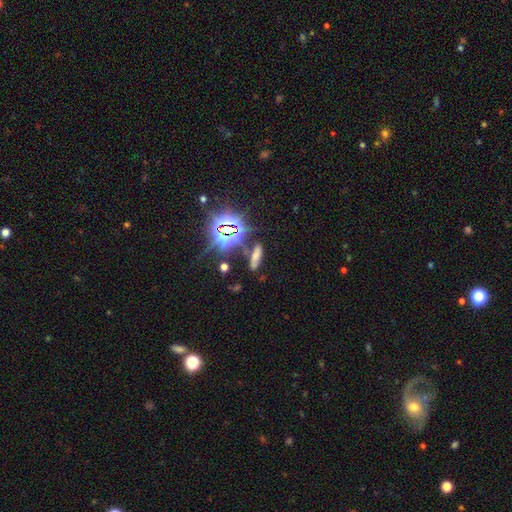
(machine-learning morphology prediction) Smooth or featured?
  - smooth: 49% *
  - star or artifact: 37%
  - featured or disk: 14%
Merging?
  - none: 67% *
  - minor disturbance: 15%
  - merger: 11%
  - major disturbance: 7%